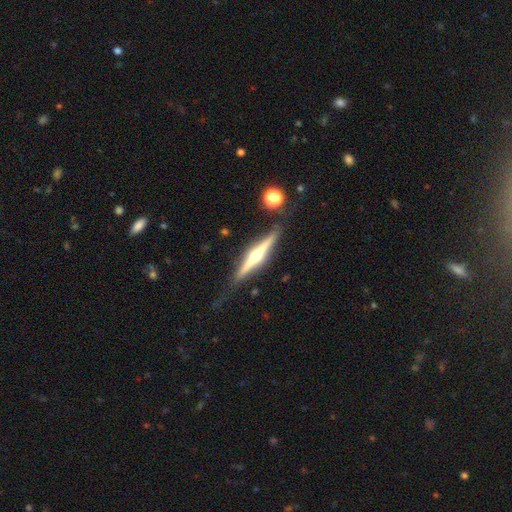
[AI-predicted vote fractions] Smooth or featured? featured or disk (80%)
Edge-on disk? yes (98%)
Edge-on bulge? rounded (93%)
Merging? none (82%)